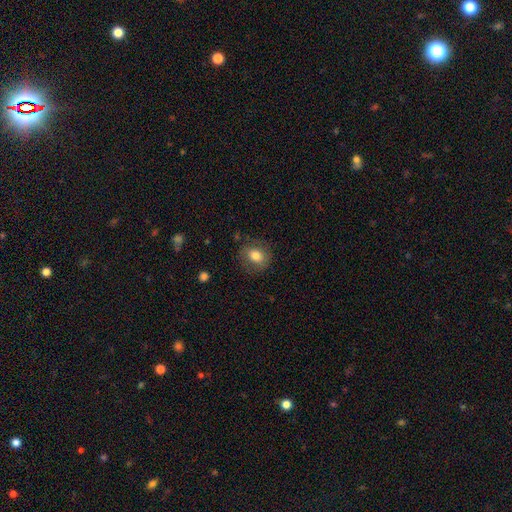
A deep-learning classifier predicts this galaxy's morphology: Smooth or featured?
  - smooth: 76% *
  - featured or disk: 15%
  - star or artifact: 9%
How rounded?
  - round: 62% *
  - in between: 37%
  - cigar-shaped: 1%
Merging?
  - none: 78% *
  - minor disturbance: 15%
  - major disturbance: 6%
  - merger: 1%